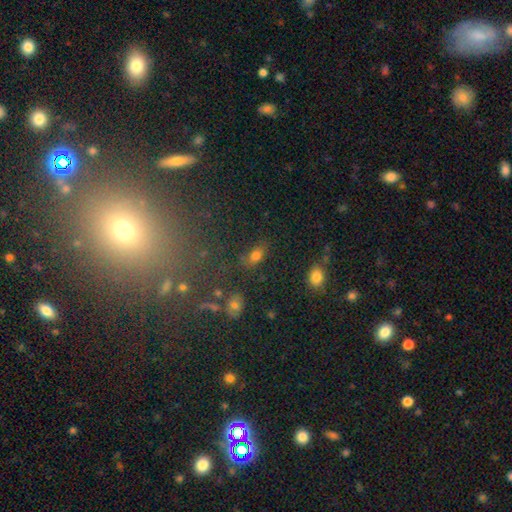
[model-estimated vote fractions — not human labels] This appears to be a smooth galaxy with no disk features (75%) that is in between round and cigar-shaped (82%). Merging: none (71%).